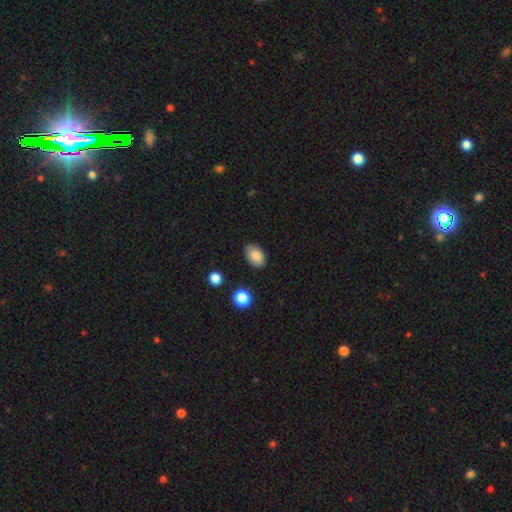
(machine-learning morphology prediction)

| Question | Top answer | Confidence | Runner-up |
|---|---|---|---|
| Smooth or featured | smooth | 86% | star or artifact (8%) |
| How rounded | in between | 86% | round (12%) |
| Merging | none | 85% | minor disturbance (11%) |